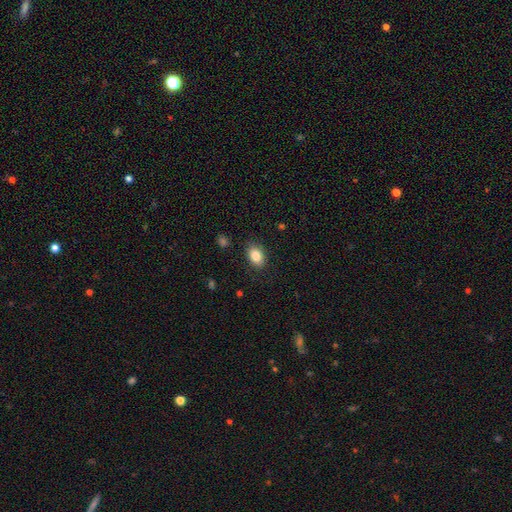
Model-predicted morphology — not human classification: smooth-or-featured: smooth: 85% | star or artifact: 8% | featured or disk: 7%
  how-rounded: in between: 82% | round: 17% | cigar-shaped: 1%
  merging: none: 86% | minor disturbance: 10% | major disturbance: 3% | merger: 1%